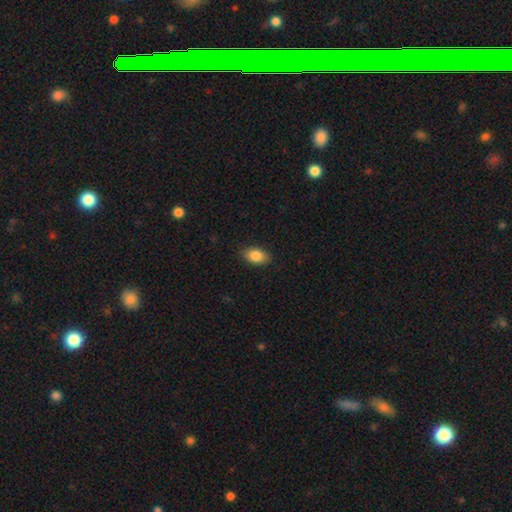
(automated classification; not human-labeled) Overall: smooth (86%). How rounded: in between (90%). Merging: none (87%).